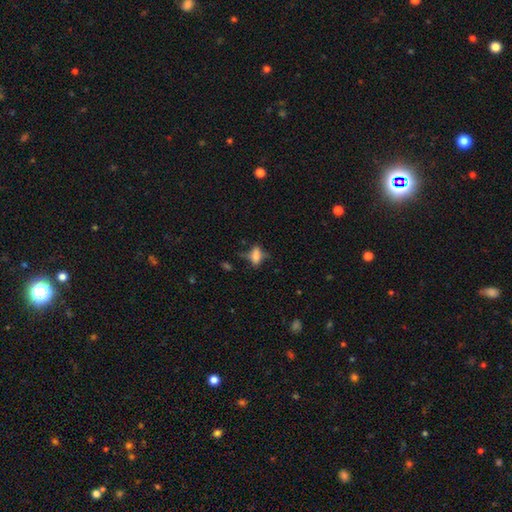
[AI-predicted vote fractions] This is likely a smooth galaxy (63%). How rounded: likely in between (78%). Merging: possibly none (49%).